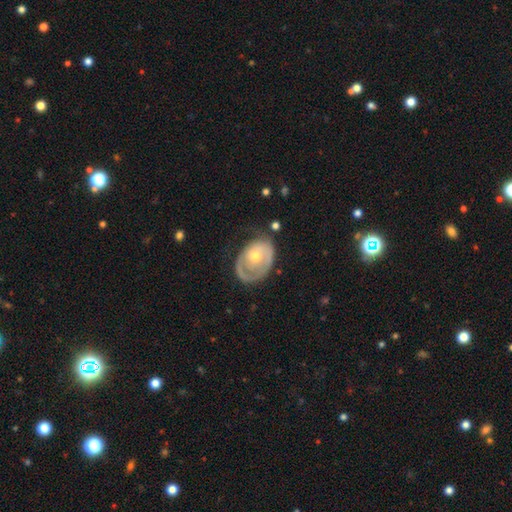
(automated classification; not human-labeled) This appears to be a featured or disk galaxy (60%) with no bar (81%), spiral arms (55%) and a moderate central bulge (53%). Merging: none (43%).